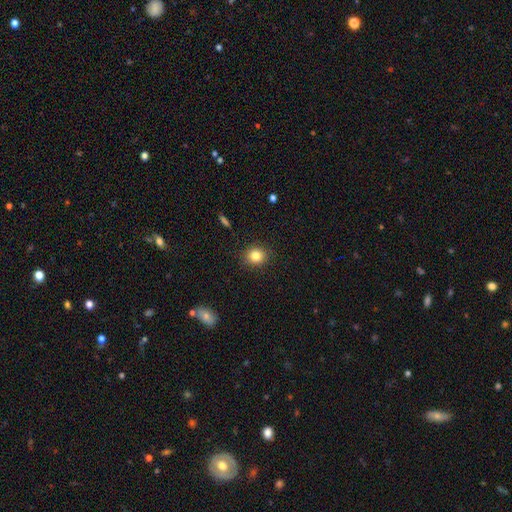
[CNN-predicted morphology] A smooth galaxy with no disk features (83%) that is round (73%). Merging: none (89%).